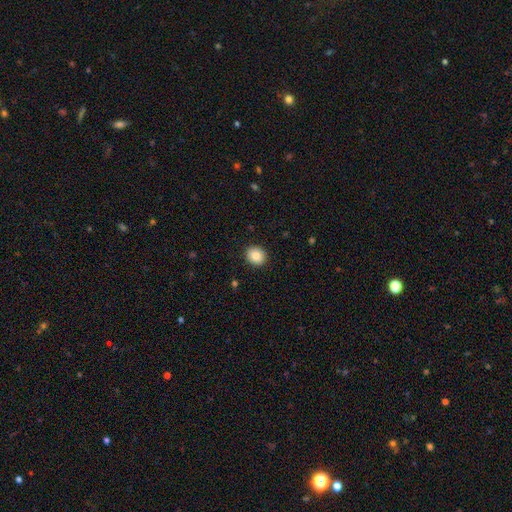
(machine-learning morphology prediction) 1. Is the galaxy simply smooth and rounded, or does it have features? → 85% smooth, 9% star or artifact, 6% featured or disk.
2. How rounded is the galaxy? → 76% round, 24% in between, 1% cigar-shaped.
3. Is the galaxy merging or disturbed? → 91% none, 6% minor disturbance, 2% major disturbance, 1% merger.